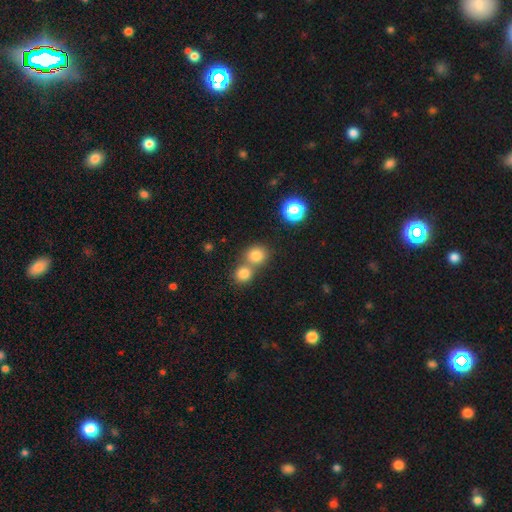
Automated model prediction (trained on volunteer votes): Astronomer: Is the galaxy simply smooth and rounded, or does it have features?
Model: smooth — 81%.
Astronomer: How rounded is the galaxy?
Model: round — 84%.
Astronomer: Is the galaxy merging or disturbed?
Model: none — 50% (runner-up: merger, 41%).